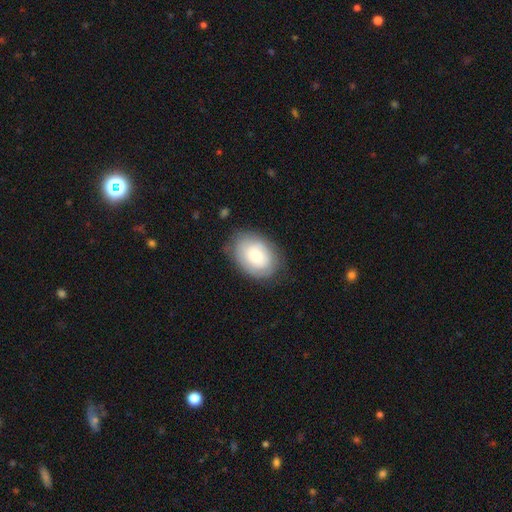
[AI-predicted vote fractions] The model was most divided on "smooth or featured": smooth: 61%, featured or disk: 32%, star or artifact: 7%. More confident: how rounded — in between (78%); merging — none (74%).